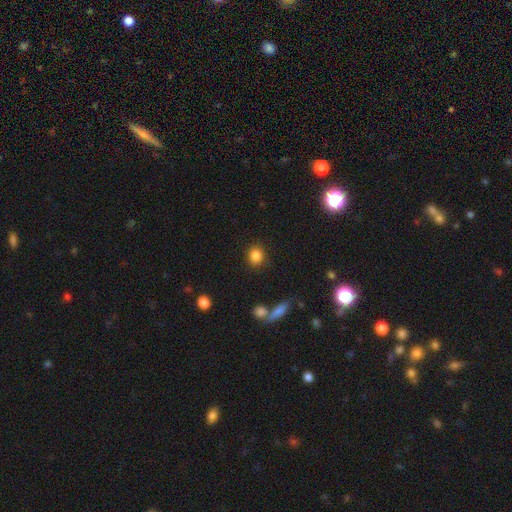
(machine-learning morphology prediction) This is clearly a smooth galaxy (85%). How rounded: likely round (78%). Merging: clearly none (86%).